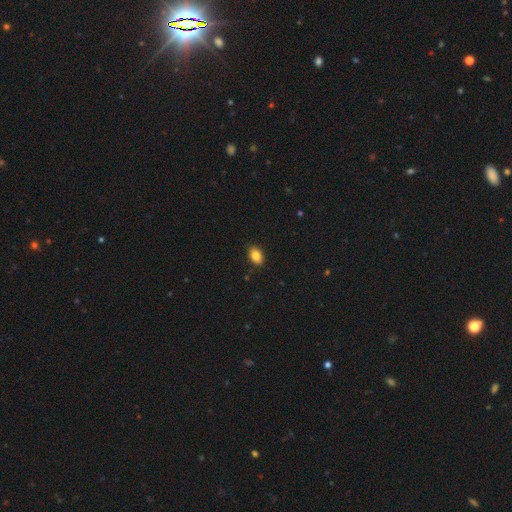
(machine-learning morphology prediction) A smooth galaxy with no disk features (85%) that is in between round and cigar-shaped (86%).

Vote fractions:
- Smooth or featured? smooth: 85% / star or artifact: 9% / featured or disk: 7%
- How rounded? in between: 86% / round: 13% / cigar-shaped: 1%
- Merging? none: 88% / minor disturbance: 9% / major disturbance: 2% / merger: 1%